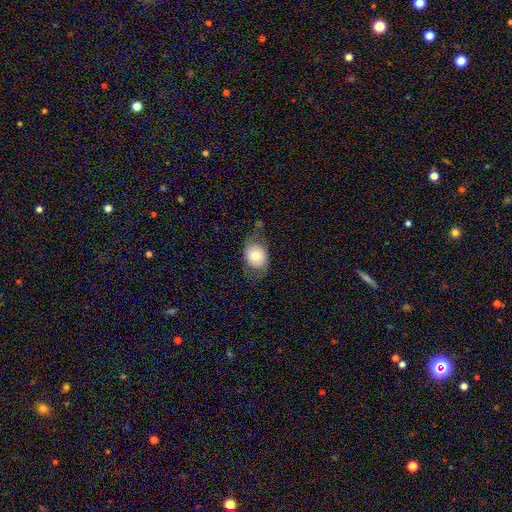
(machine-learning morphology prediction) A smooth galaxy with no disk features (56%) that is round (59%). Merging: none (59%).